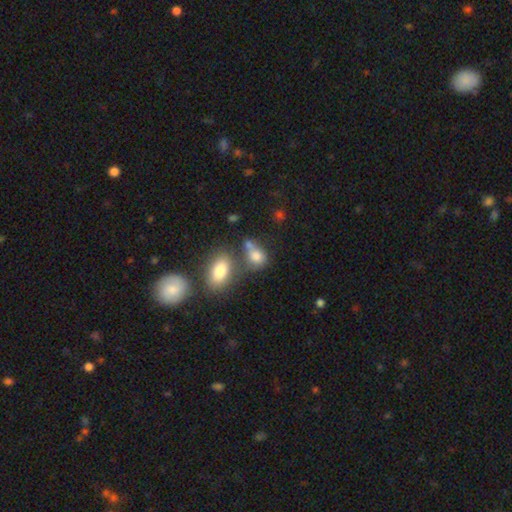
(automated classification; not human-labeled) A smooth galaxy with no disk features (78%) that is in between round and cigar-shaped (59%).

Vote fractions:
- Smooth or featured? smooth: 78% / star or artifact: 12% / featured or disk: 10%
- How rounded? in between: 59% / round: 38% / cigar-shaped: 2%
- Merging? none: 39% / merger: 37% / minor disturbance: 15% / major disturbance: 9%